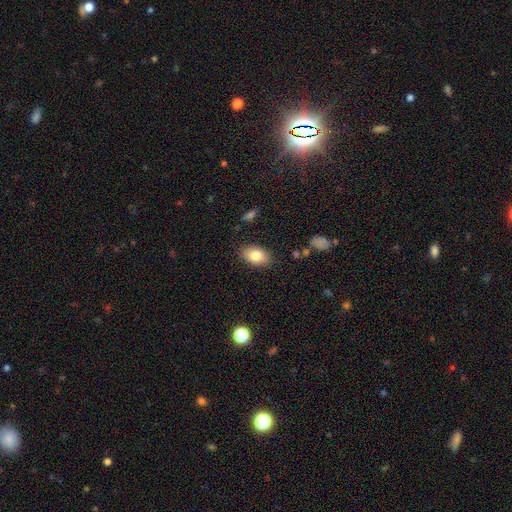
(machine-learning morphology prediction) This appears to be a smooth galaxy with no disk features (82%) that is in between round and cigar-shaped (88%). Merging: none (85%).